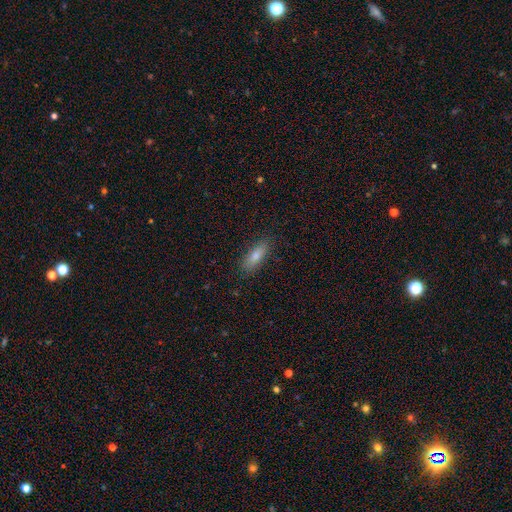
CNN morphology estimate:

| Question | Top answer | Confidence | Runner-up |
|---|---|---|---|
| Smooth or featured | smooth | 72% | featured or disk (20%) |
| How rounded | in between | 52% | cigar-shaped (45%) |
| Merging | none | 87% | minor disturbance (10%) |